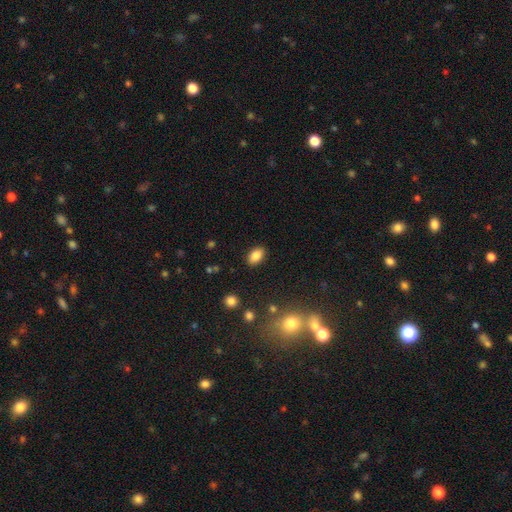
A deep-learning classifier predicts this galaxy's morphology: The model was most divided on "how rounded": in between: 87%, round: 12%, cigar-shaped: 2%. More confident: merging — none (87%); smooth or featured — smooth (85%).